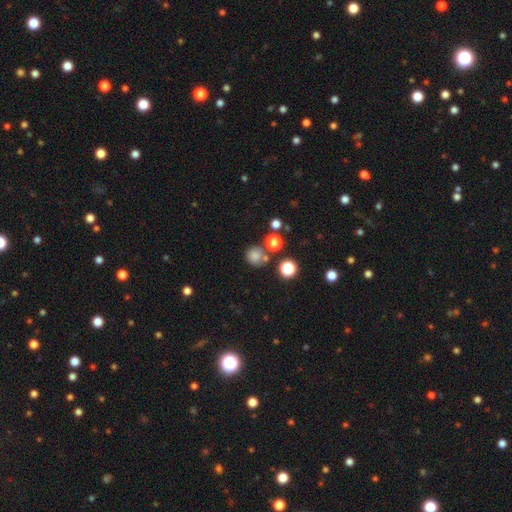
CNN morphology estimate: Smooth or featured? smooth (77%)
How rounded? round (90%)
Merging? none (65%)